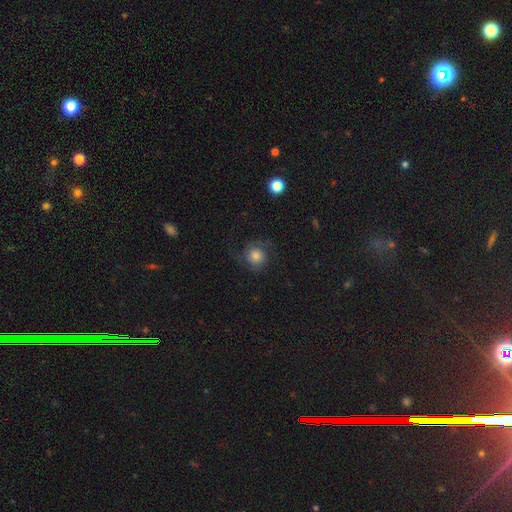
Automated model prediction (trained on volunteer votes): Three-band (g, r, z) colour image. It shows a smooth galaxy with no disk features (45%). Merging: none (69%).